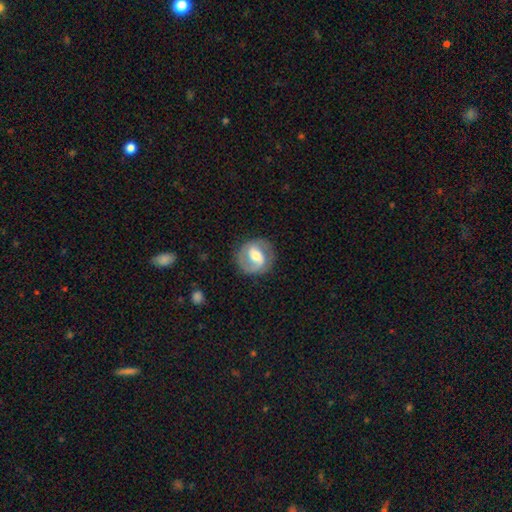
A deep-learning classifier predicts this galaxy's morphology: This is likely a featured or disk galaxy (72%). It is clearly not viewed edge-on (97%). Bar: marginally weak (45%). Spiral arm pattern: clearly yes (83%). Spiral arm count: clearly 2 (84%). Spiral winding: possibly medium (49%). Central bulge: likely moderate (65%). Merging: clearly none (82%).